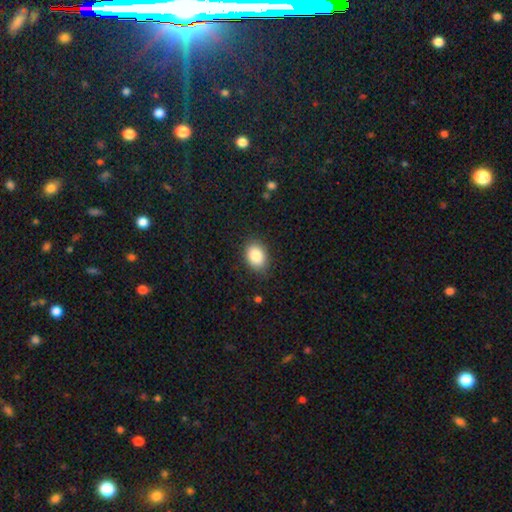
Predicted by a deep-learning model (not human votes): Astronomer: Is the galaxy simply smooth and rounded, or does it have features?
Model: smooth — 86%.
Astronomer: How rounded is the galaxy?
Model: in between — 75%.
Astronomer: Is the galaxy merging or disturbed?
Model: none — 85%.